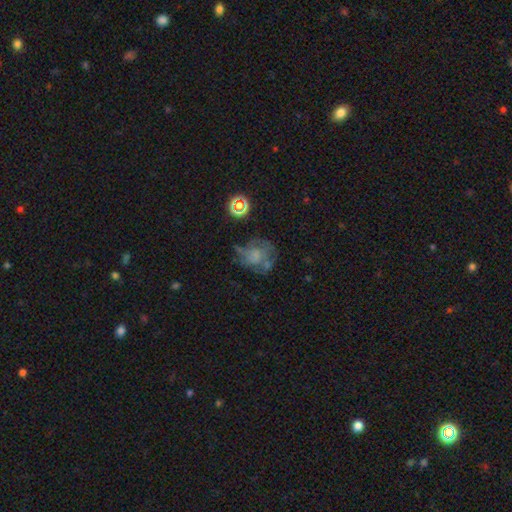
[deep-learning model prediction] The model was most divided on "spiral arms": no: 51%, yes: 49%. Remaining: edge-on disk — no (98%); bar — no (84%); smooth or featured — featured or disk (54%); merging — none (47%); bulge size — none (44%).